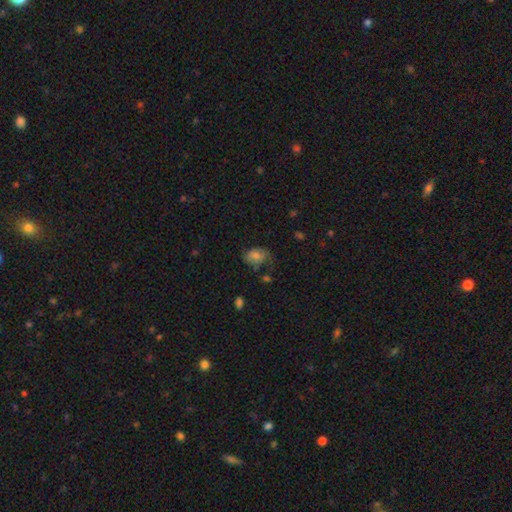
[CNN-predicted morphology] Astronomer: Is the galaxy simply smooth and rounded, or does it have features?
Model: smooth — 65%.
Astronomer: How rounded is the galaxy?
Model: in between — 72%.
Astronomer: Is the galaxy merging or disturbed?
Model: none — 50% (runner-up: minor disturbance, 31%).